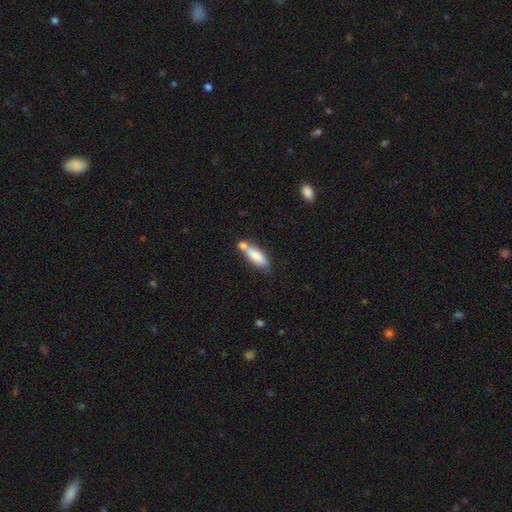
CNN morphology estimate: smooth-or-featured: smooth: 79% | featured or disk: 14% | star or artifact: 7%
  how-rounded: in between: 58% | cigar-shaped: 40% | round: 2%
  merging: none: 43% | merger: 35% | minor disturbance: 17% | major disturbance: 5%